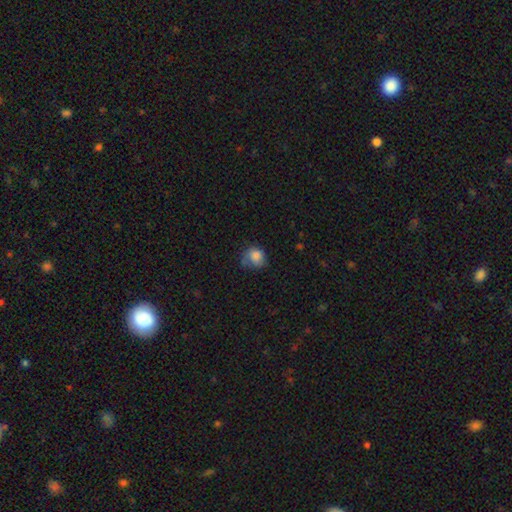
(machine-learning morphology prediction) Overall: smooth (80%). How rounded: round (72%). Merging: none (47%; minor disturbance 34%).